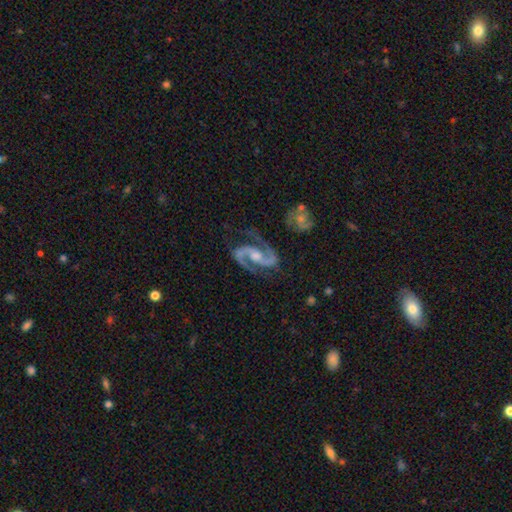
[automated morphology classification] Smooth or featured? featured or disk (93%)
Edge-on disk? no (98%)
Bar? no (39%)
Spiral arms? yes (98%)
Spiral winding? medium (65%)
Spiral arm count? 2 (95%)
Bulge size? moderate (58%)
Merging? none (78%)